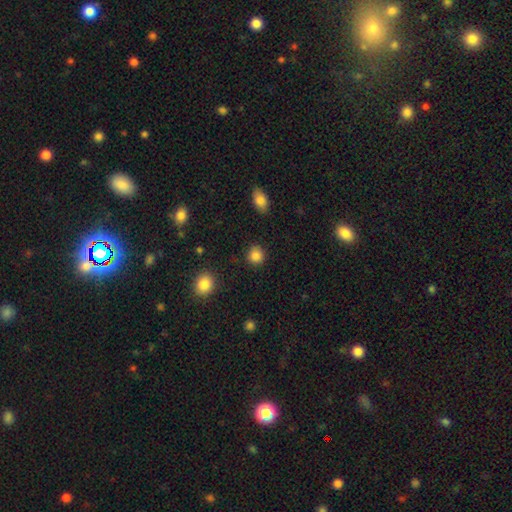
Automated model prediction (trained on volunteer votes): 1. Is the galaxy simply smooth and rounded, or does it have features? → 87% smooth, 9% star or artifact, 4% featured or disk.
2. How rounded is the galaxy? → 88% round, 11% in between, 1% cigar-shaped.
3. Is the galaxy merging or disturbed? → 88% none, 8% minor disturbance, 2% major disturbance, 2% merger.